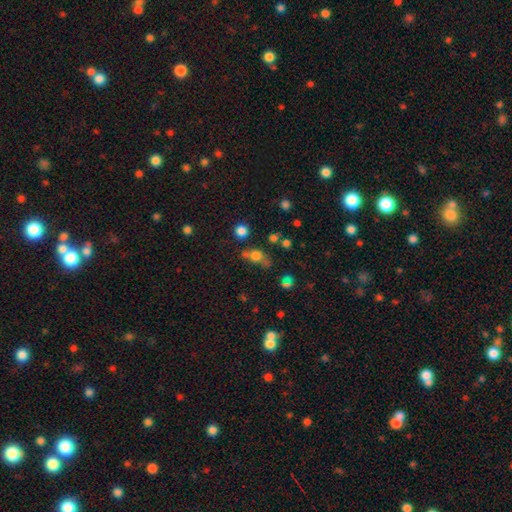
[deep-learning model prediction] Q: Smooth or featured?
A: smooth (69%); runner-up: star or artifact (19%)
Q: How rounded?
A: round (61%); runner-up: in between (34%)
Q: Merging?
A: none (46%); runner-up: merger (24%)